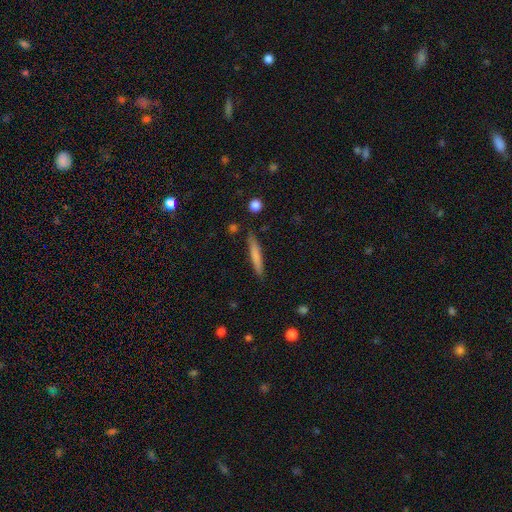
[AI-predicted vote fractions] The model was most divided on "smooth or featured": smooth: 70%, featured or disk: 24%, star or artifact: 6%. More confident: how rounded — cigar-shaped (95%); merging — none (86%).